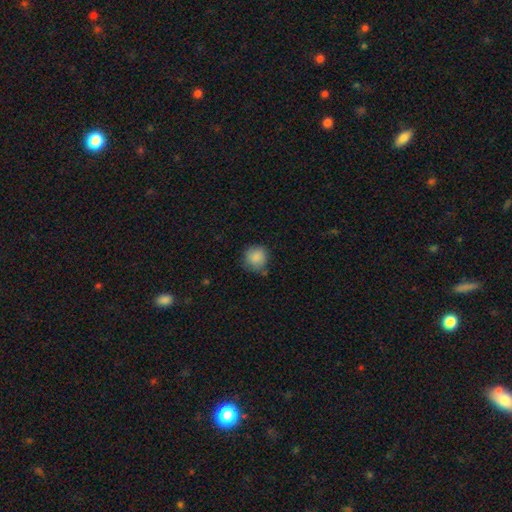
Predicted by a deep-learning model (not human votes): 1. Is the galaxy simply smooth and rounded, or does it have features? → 87% smooth, 9% star or artifact, 5% featured or disk.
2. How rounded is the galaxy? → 90% round, 9% in between, 1% cigar-shaped.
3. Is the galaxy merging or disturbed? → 75% none, 18% minor disturbance, 4% major disturbance, 4% merger.